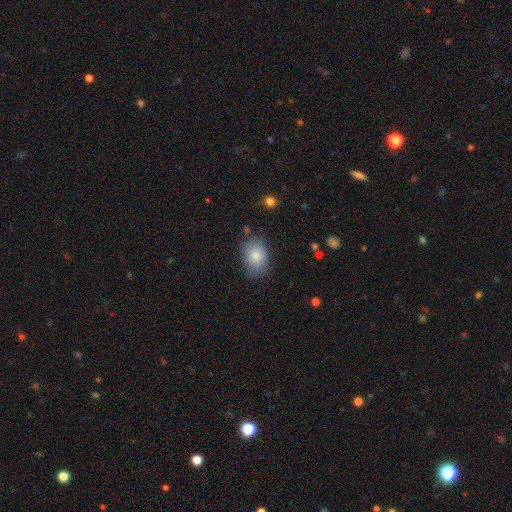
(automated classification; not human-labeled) smooth 82%, featured or disk 10%, star or artifact 7%. Down the decision tree: how rounded — in between (80%); merging — none (74%).